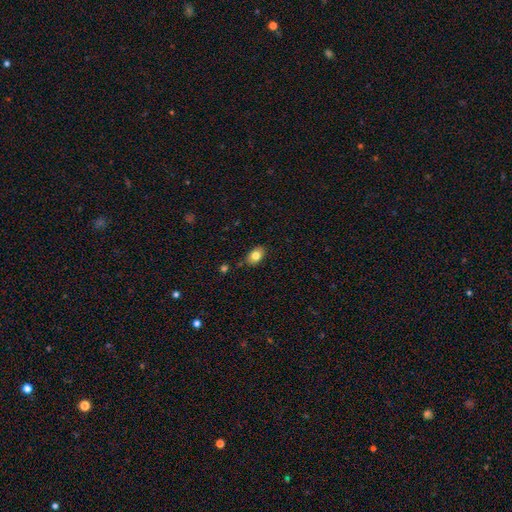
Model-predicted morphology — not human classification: smooth_or_featured: smooth (p=0.81) [alt: featured or disk p=0.10]
how_rounded: in between (p=0.80) [alt: round p=0.18]
merging: none (p=0.81) [alt: minor disturbance p=0.14]